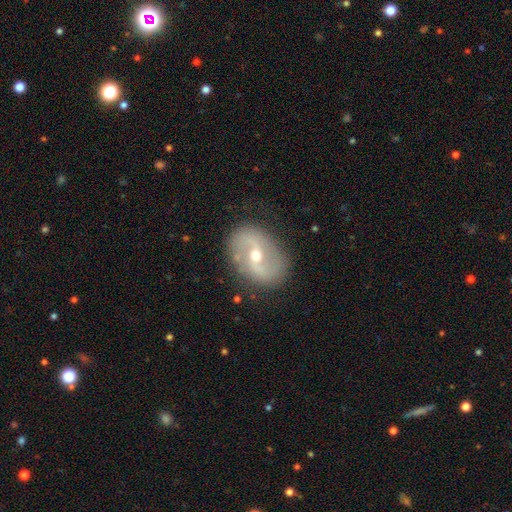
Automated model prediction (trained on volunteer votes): featured or disk 82%, smooth 12%, star or artifact 6%. Down the decision tree: edge-on disk — no (97%); bar — weak (46%); spiral arms — yes (87%); spiral arm count — 2 (91%); spiral winding — loose (43%); bulge size — moderate (53%); merging — none (83%).